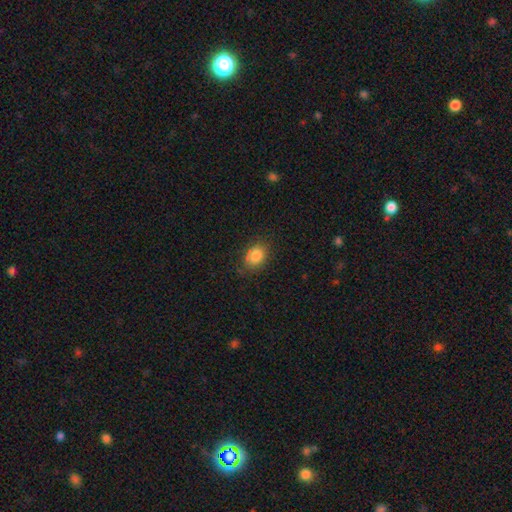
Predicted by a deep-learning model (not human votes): A smooth galaxy with no disk features (83%) that is in between round and cigar-shaped (63%). Merging: none (79%).